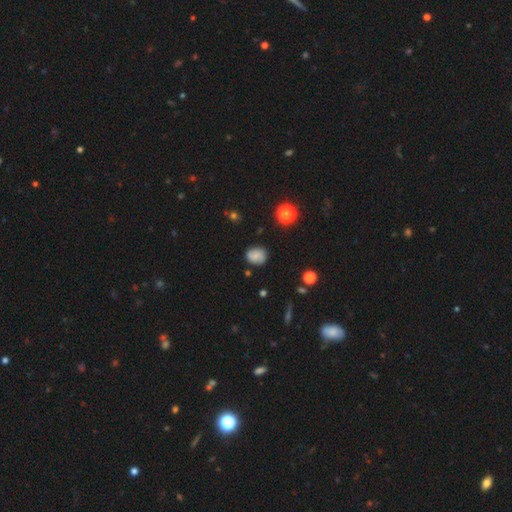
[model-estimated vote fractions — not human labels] smooth_or_featured: smooth (p=0.66) [alt: featured or disk p=0.23]
how_rounded: round (p=0.60) [alt: in between p=0.39]
merging: none (p=0.77) [alt: minor disturbance p=0.17]